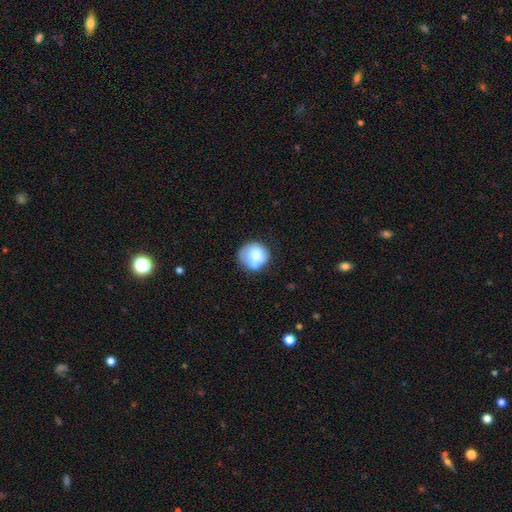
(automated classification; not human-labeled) This appears to be a smooth galaxy with no disk features (73%) that is round (84%). Merging: none (53%).